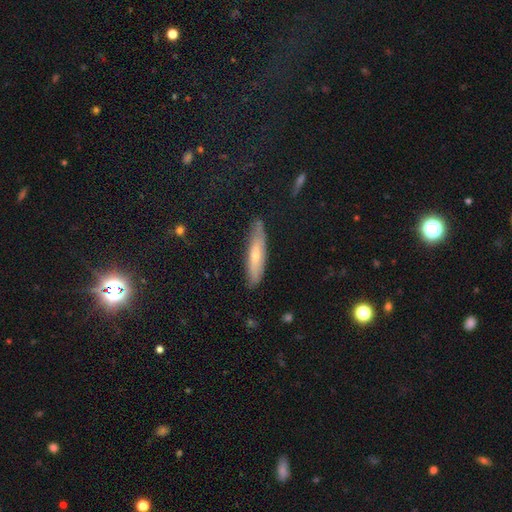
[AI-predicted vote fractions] A smooth galaxy with no disk features (56%) that is cigar-shaped (79%). Merging: none (79%).